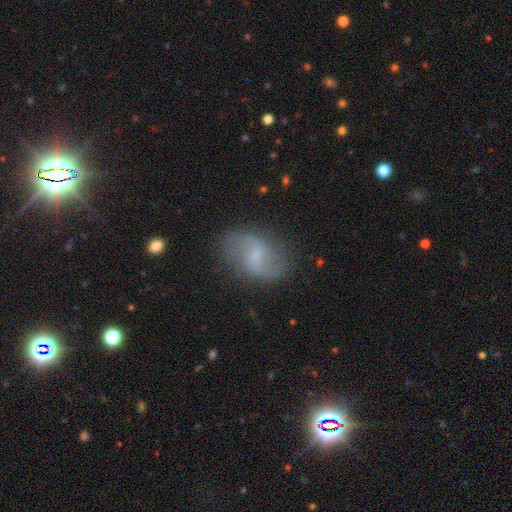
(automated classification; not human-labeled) This is likely a featured or disk galaxy (73%). It is clearly not viewed edge-on (97%). Bar: possibly weak (58%). Spiral arm pattern: clearly yes (90%). Spiral arm count: clearly 2 (90%). Spiral winding: likely loose (62%). Central bulge: possibly small (56%). Merging: likely none (78%).